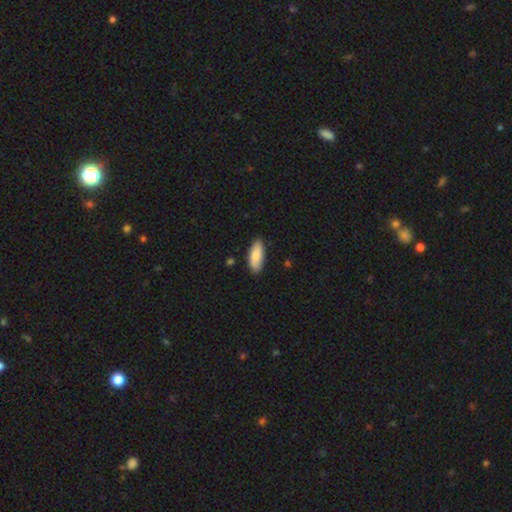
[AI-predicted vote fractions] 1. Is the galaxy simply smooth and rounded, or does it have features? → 84% smooth, 10% featured or disk, 6% star or artifact.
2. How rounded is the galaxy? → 84% in between, 14% cigar-shaped, 2% round.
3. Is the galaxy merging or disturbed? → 82% none, 15% minor disturbance, 2% major disturbance, 1% merger.